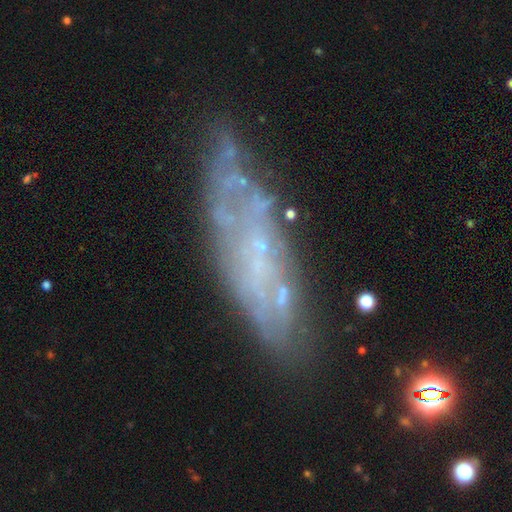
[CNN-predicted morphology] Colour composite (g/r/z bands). It shows a featured or disk galaxy (65%). Merging: none (65%).